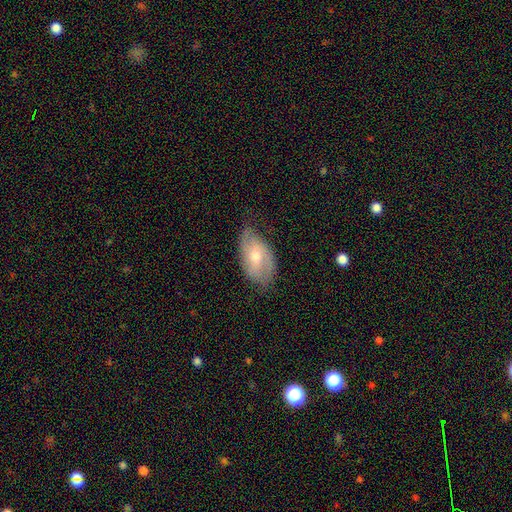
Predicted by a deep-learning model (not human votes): featured or disk 60%, smooth 33%, star or artifact 7%. Down the decision tree: edge-on disk — no (92%); bar — no (46%); spiral arms — yes (82%); bulge size — moderate (61%); merging — none (66%).